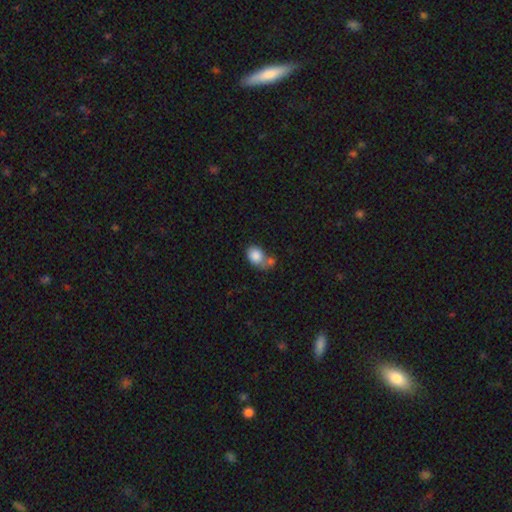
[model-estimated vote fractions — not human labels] The model was most divided on "merging": merger: 39%, none: 36%, minor disturbance: 17%, major disturbance: 9%. More confident: smooth or featured — smooth (84%); how rounded — in between (60%).